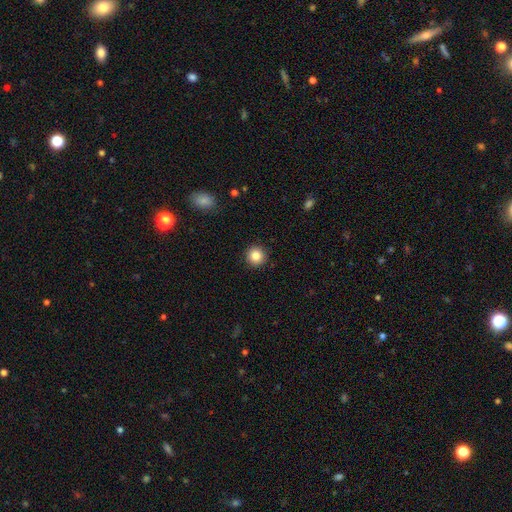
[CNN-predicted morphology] This is clearly a smooth galaxy (84%). How rounded: clearly round (95%). Merging: clearly none (92%).